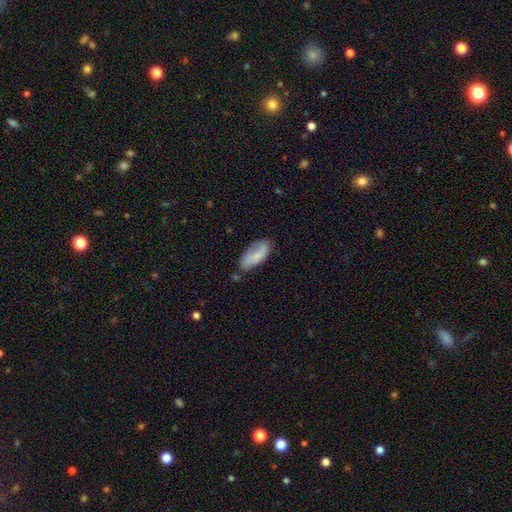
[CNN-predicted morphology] smooth-or-featured: smooth: 76% | featured or disk: 17% | star or artifact: 7%
  how-rounded: in between: 79% | cigar-shaped: 19% | round: 2%
  merging: none: 64% | minor disturbance: 26% | major disturbance: 6% | merger: 4%